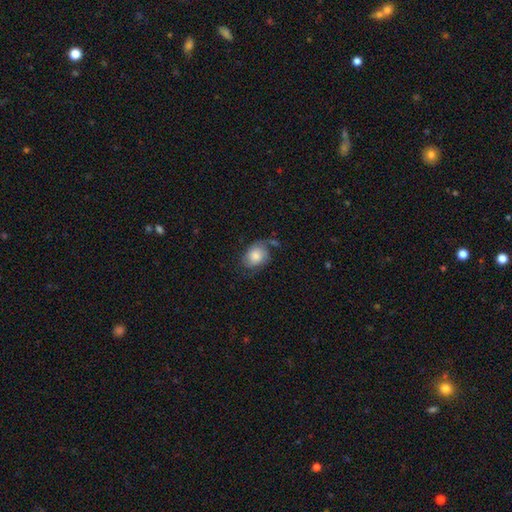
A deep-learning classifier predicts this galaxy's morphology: type=smooth (59%); roundness=in between (60%); merging=none (48%).